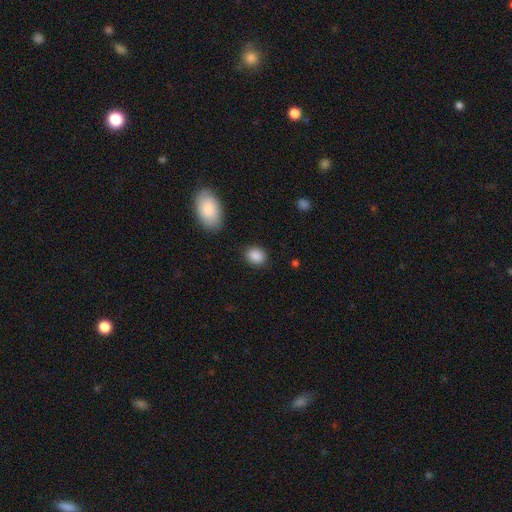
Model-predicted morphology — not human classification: Smooth or featured: smooth — 88% (star or artifact — 8%)
How rounded: in between — 51% (round — 48%)
Merging: none — 85% (minor disturbance — 10%)